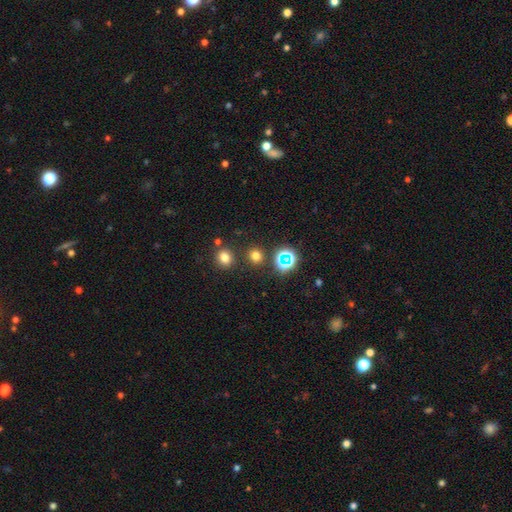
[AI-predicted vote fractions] Morphology: type=smooth (69%); roundness=round (86%); merging=none (84%).